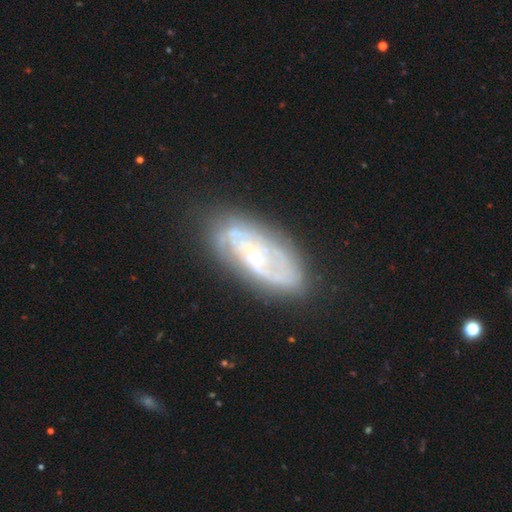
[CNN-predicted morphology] This is likely a featured or disk galaxy (78%). It is clearly not viewed edge-on (90%). Bar: possibly no (57%). Spiral arm pattern: likely yes (79%). Spiral arm count: marginally 2 (43%). Spiral winding: possibly tight (49%). Central bulge: likely small (69%). Merging: likely none (74%).